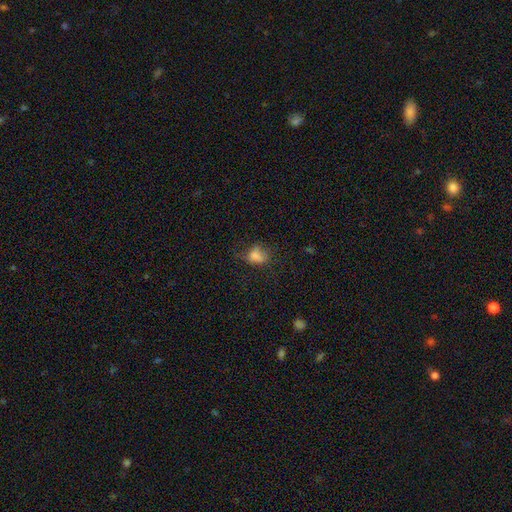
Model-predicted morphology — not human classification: A smooth galaxy with no disk features (69%) that is in between round and cigar-shaped (65%).

Vote fractions:
- Smooth or featured? smooth: 69% / star or artifact: 16% / featured or disk: 15%
- How rounded? in between: 65% / round: 32% / cigar-shaped: 3%
- Merging? none: 42% / minor disturbance: 27% / major disturbance: 25% / merger: 5%